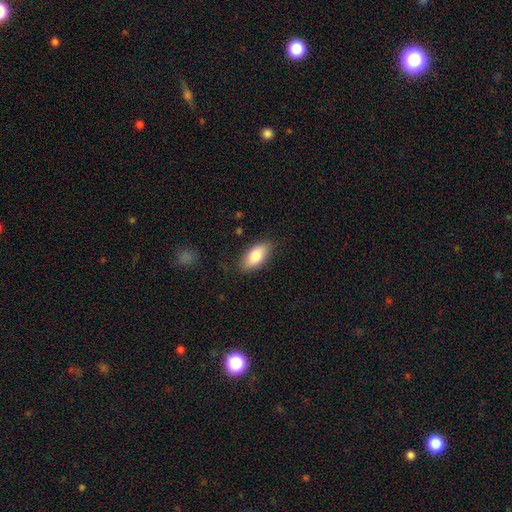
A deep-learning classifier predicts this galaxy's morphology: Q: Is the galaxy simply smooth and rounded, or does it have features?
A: smooth — 81%.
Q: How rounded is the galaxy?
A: in between — 90%.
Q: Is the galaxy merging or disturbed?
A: none — 82%.